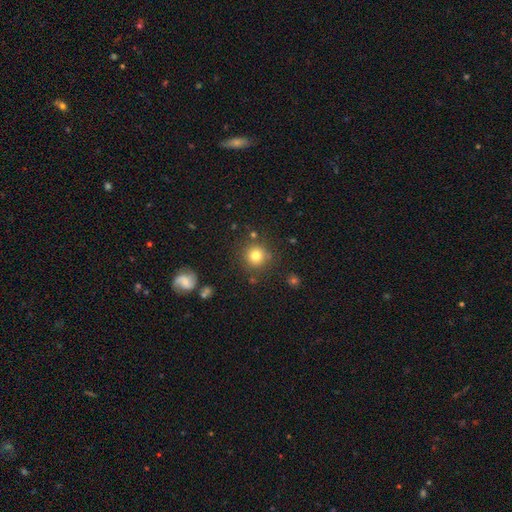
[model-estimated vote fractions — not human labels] Smooth or featured: smooth — 79% (star or artifact — 13%)
How rounded: round — 94% (in between — 5%)
Merging: none — 85% (minor disturbance — 8%)